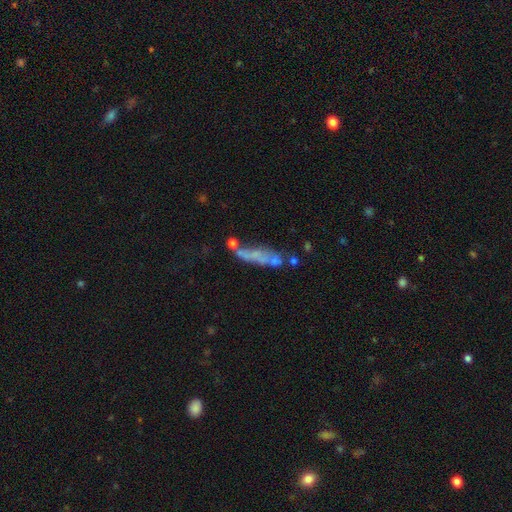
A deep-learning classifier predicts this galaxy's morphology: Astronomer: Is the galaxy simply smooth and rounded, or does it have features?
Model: featured or disk — 44% (runner-up: smooth, 41%).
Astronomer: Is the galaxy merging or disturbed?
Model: none — 40% (runner-up: merger, 22%).